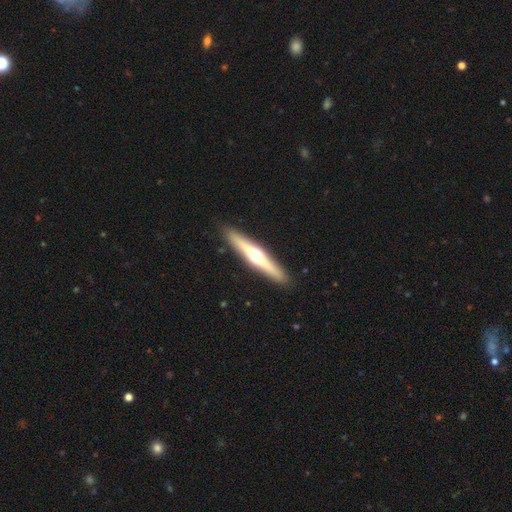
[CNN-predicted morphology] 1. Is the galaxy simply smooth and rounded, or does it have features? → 64% featured or disk, 30% smooth, 5% star or artifact.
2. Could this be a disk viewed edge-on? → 96% yes, 4% no.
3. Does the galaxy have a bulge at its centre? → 93% rounded, 4% none, 3% boxy.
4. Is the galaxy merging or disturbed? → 91% none, 6% minor disturbance, 1% major disturbance, 1% merger.